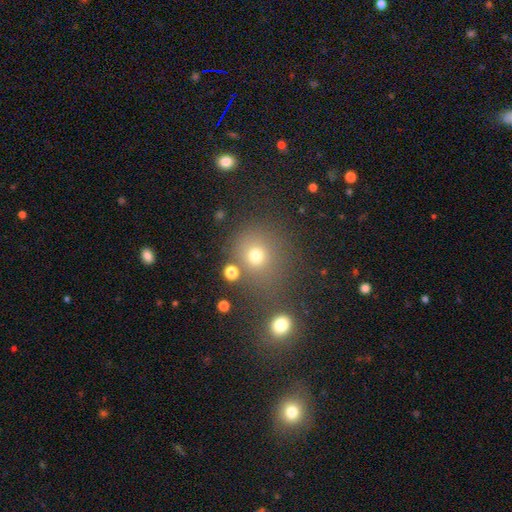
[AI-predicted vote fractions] smooth_or_featured: smooth (p=0.71) [alt: star or artifact p=0.19]
how_rounded: round (p=0.83) [alt: in between p=0.16]
merging: none (p=0.69) [alt: merger p=0.12]